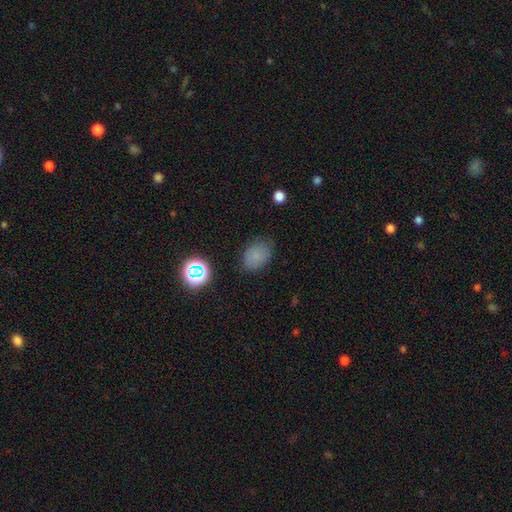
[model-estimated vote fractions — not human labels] Smooth or featured: smooth — 77% (star or artifact — 15%)
How rounded: in between — 68% (round — 31%)
Merging: none — 75% (minor disturbance — 19%)